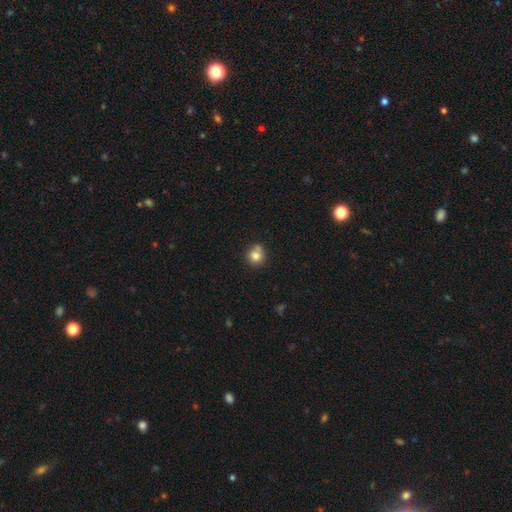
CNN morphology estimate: Smooth or featured? Predicted: smooth (p=0.80). How rounded? Predicted: round (p=0.89). Merging? Predicted: none (p=0.63).